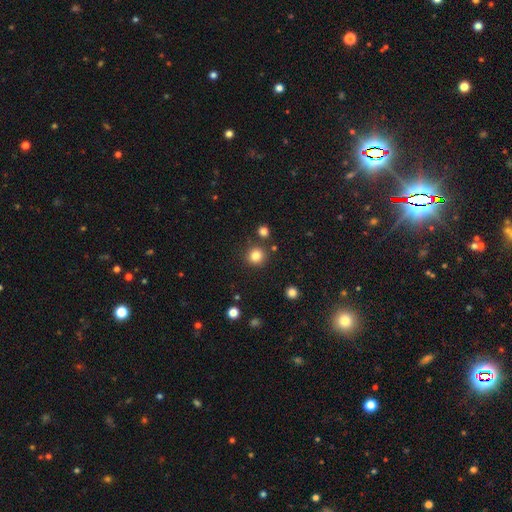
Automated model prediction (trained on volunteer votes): Overall: smooth (83%). How rounded: round (93%). Merging: none (86%).